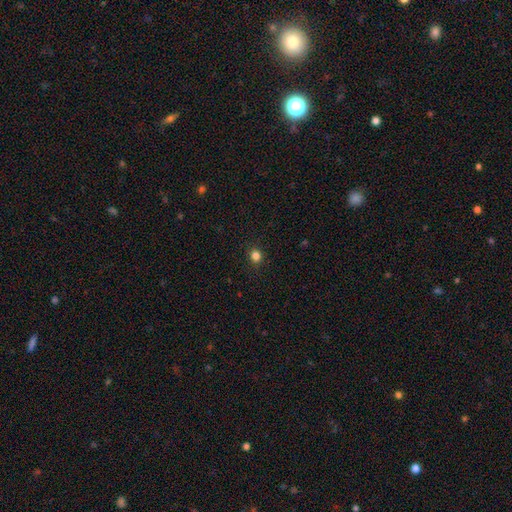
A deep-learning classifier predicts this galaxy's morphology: A smooth galaxy with no disk features (82%) that is round (85%).

Vote fractions:
- Smooth or featured? smooth: 82% / star or artifact: 14% / featured or disk: 4%
- How rounded? round: 85% / in between: 14% / cigar-shaped: 1%
- Merging? none: 91% / minor disturbance: 6% / major disturbance: 2% / merger: 1%